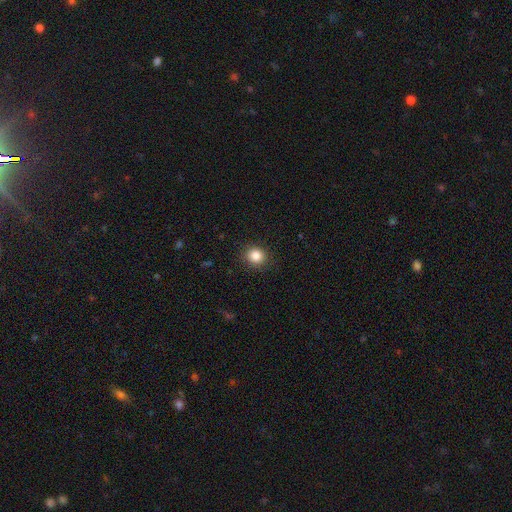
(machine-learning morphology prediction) This is clearly a smooth galaxy (85%). How rounded: clearly round (83%). Merging: clearly none (89%).